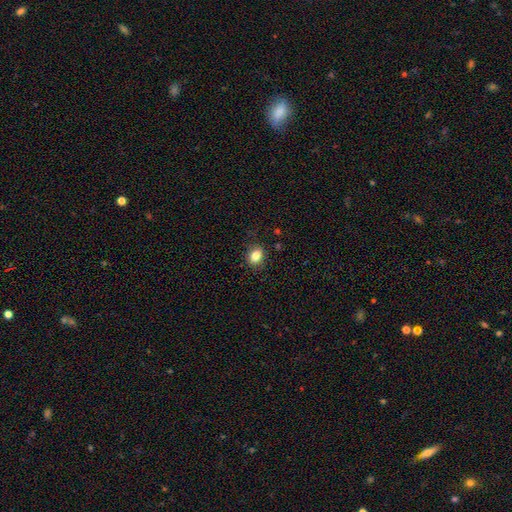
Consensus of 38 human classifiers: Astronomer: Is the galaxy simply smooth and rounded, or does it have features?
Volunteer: smooth — 89%.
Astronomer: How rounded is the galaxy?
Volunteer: in between — 53% (runner-up: round, 47%).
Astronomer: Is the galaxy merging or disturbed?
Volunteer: none — 89%.